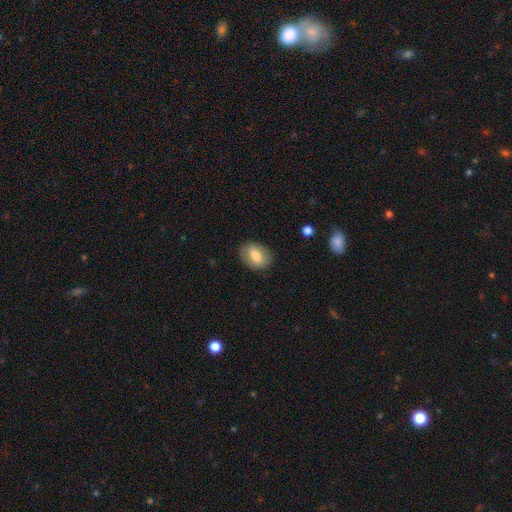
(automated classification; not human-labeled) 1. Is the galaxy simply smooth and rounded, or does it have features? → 73% smooth, 20% featured or disk, 8% star or artifact.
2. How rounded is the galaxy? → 71% in between, 27% round, 1% cigar-shaped.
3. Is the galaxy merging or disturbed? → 84% none, 12% minor disturbance, 3% major disturbance, 1% merger.